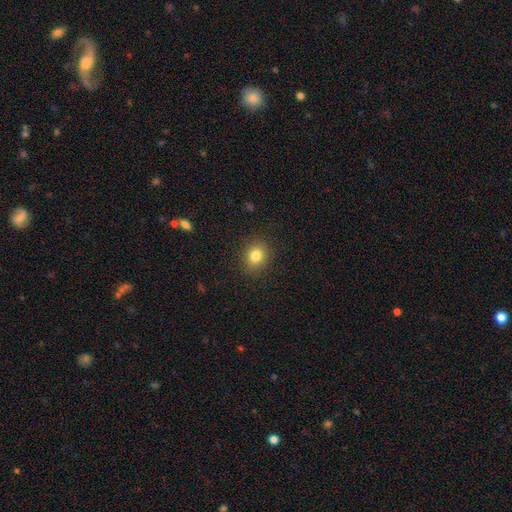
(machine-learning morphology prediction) A smooth galaxy with no disk features (81%) that is round (72%). Merging: none (88%).